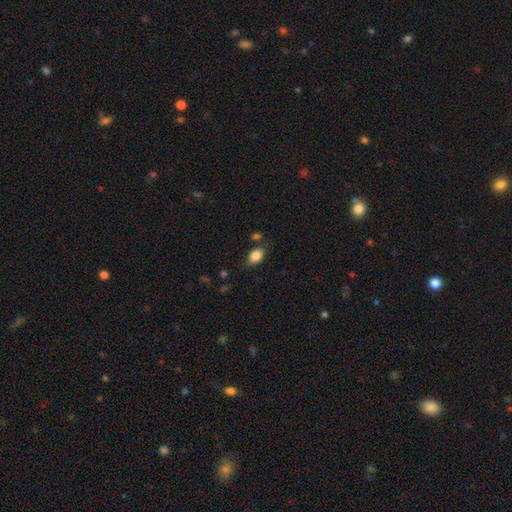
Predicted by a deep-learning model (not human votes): This is clearly a smooth galaxy (85%). How rounded: clearly in between (84%). Merging: likely none (72%).